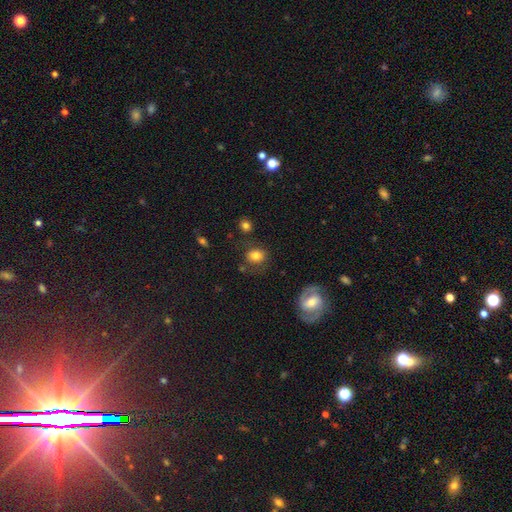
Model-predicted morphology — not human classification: smooth_or_featured: smooth (p=0.77) [alt: featured or disk p=0.13]
how_rounded: round (p=0.59) [alt: in between p=0.40]
merging: none (p=0.71) [alt: minor disturbance p=0.16]